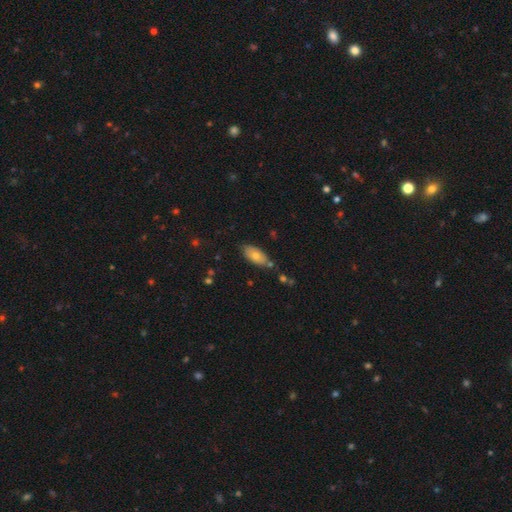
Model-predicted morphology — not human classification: This appears to be a smooth galaxy with no disk features (72%) that is in between round and cigar-shaped (89%). Merging: none (71%).